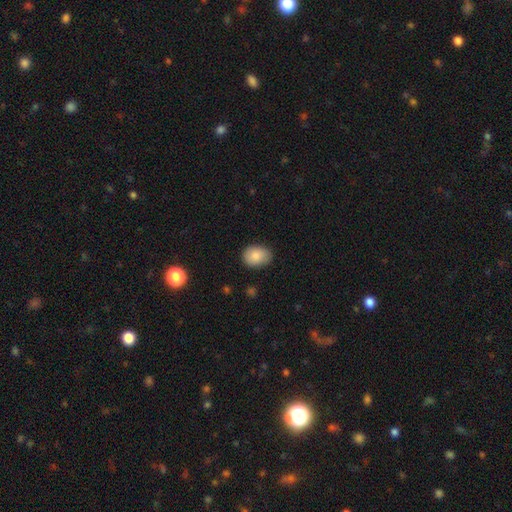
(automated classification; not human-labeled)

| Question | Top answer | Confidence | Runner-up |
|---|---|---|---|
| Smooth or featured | smooth | 86% | star or artifact (7%) |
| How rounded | in between | 67% | round (32%) |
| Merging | none | 81% | minor disturbance (16%) |